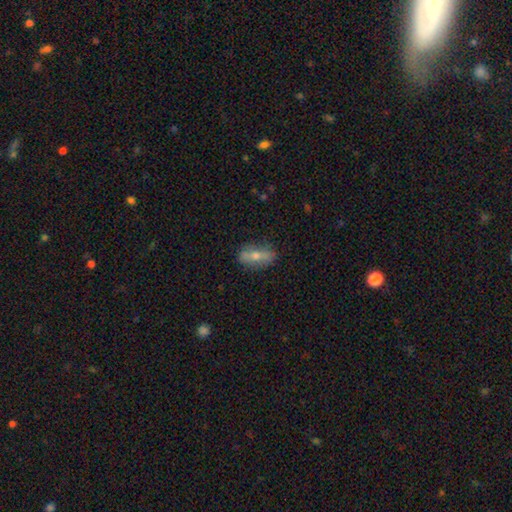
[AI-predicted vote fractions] Smooth or featured? featured or disk (48%)
Merging? none (81%)